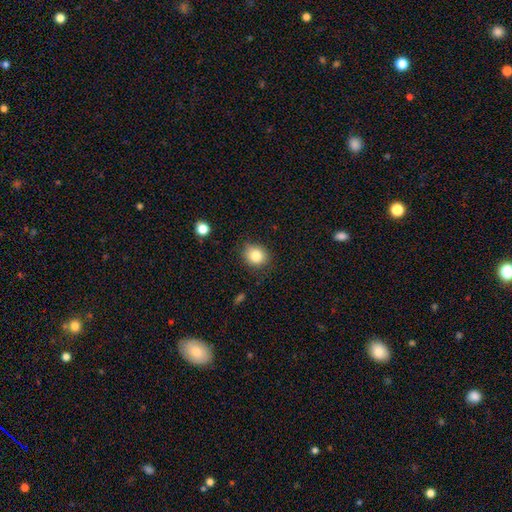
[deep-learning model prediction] Morphology: type=smooth (83%); roundness=round (69%); merging=none (81%).